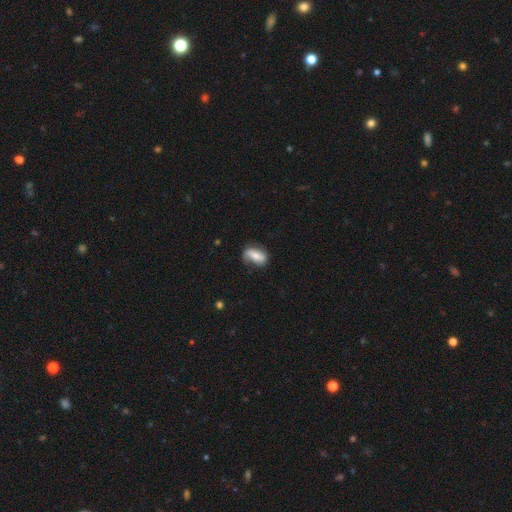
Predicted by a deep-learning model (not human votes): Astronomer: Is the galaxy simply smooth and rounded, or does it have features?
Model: smooth — 48% (runner-up: featured or disk, 44%).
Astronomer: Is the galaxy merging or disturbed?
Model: none — 59%.